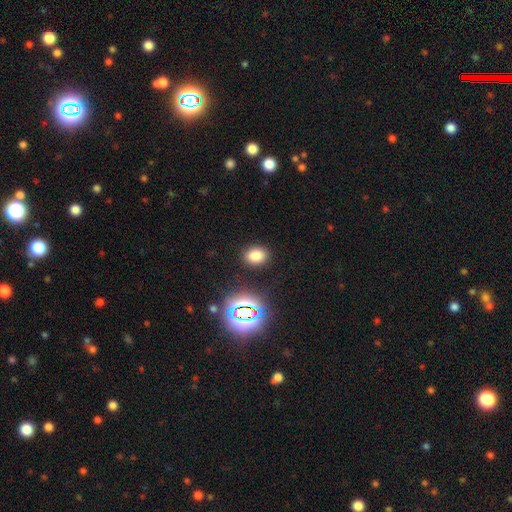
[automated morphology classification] Smooth or featured?
  - smooth: 75% *
  - star or artifact: 18%
  - featured or disk: 6%
How rounded?
  - in between: 67% *
  - round: 32%
  - cigar-shaped: 1%
Merging?
  - none: 87% *
  - minor disturbance: 9%
  - major disturbance: 3%
  - merger: 2%